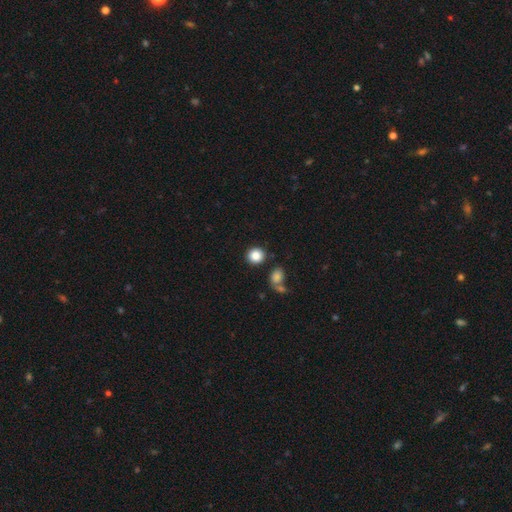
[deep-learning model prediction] A smooth galaxy with no disk features (86%) that is round (87%). Merging: none (83%).